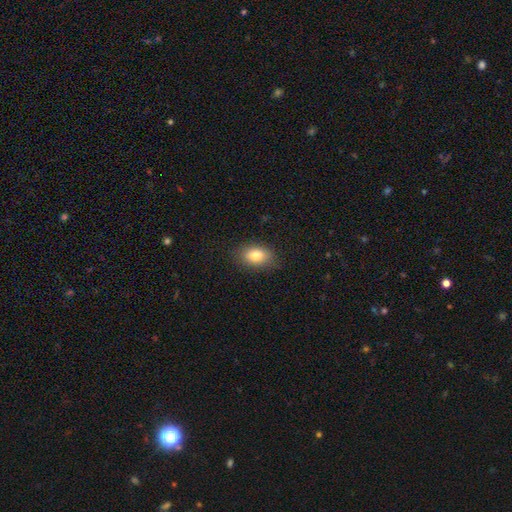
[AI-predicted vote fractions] Q: Smooth or featured?
A: smooth (80%); runner-up: featured or disk (11%)
Q: How rounded?
A: in between (81%); runner-up: round (18%)
Q: Merging?
A: none (85%); runner-up: minor disturbance (12%)